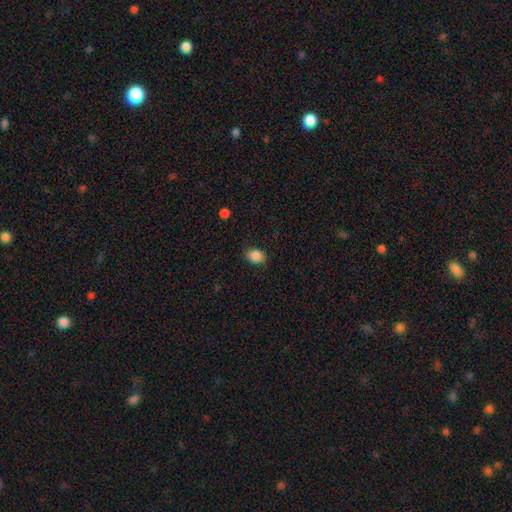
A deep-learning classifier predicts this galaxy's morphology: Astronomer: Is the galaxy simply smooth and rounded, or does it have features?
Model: smooth — 87%.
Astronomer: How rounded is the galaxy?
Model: in between — 61% (runner-up: round, 39%).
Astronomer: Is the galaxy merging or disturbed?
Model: none — 84%.